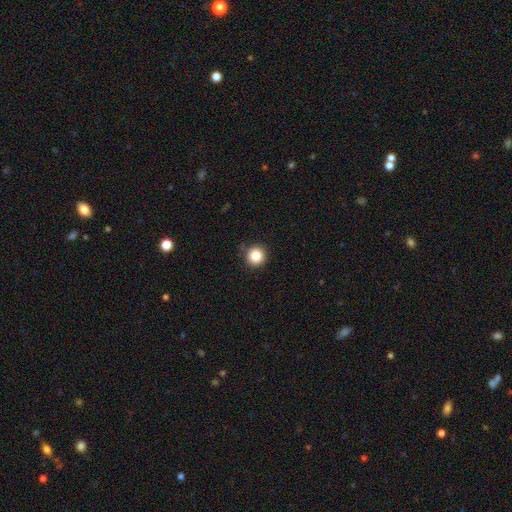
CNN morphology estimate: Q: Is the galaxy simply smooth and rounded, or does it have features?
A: smooth — 85%.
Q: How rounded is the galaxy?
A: round — 95%.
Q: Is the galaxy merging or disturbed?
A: none — 87%.